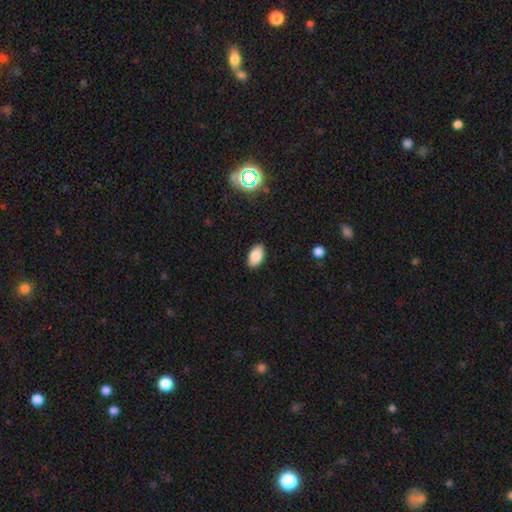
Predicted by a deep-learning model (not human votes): Smooth or featured?
  - smooth: 85% *
  - star or artifact: 9%
  - featured or disk: 6%
How rounded?
  - in between: 94% *
  - round: 5%
  - cigar-shaped: 2%
Merging?
  - none: 88% *
  - minor disturbance: 9%
  - major disturbance: 2%
  - merger: 1%